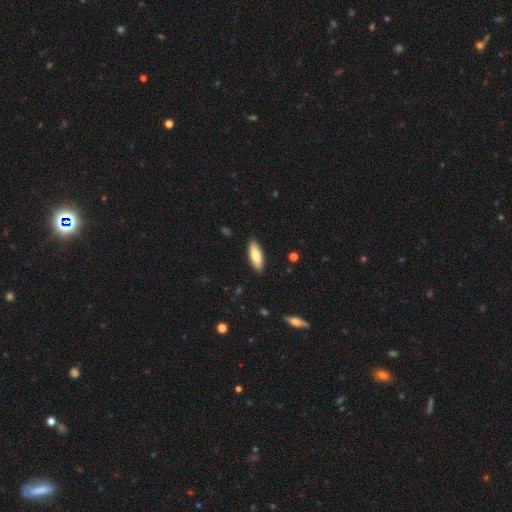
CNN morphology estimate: This is clearly a smooth galaxy (82%). How rounded: likely in between (63%). Merging: clearly none (89%).